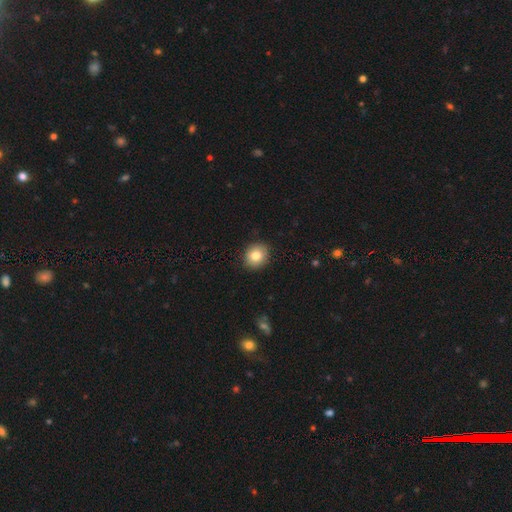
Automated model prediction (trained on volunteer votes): smooth-or-featured: smooth: 82% | featured or disk: 9% | star or artifact: 9%
  how-rounded: round: 70% | in between: 29% | cigar-shaped: 1%
  merging: none: 88% | minor disturbance: 9% | major disturbance: 2% | merger: 1%